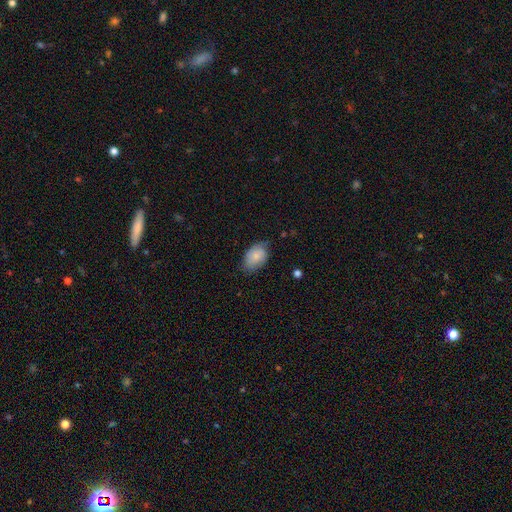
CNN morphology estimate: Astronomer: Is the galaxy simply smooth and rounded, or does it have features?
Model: smooth — 78%.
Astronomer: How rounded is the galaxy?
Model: in between — 88%.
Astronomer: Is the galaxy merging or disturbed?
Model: none — 63%.